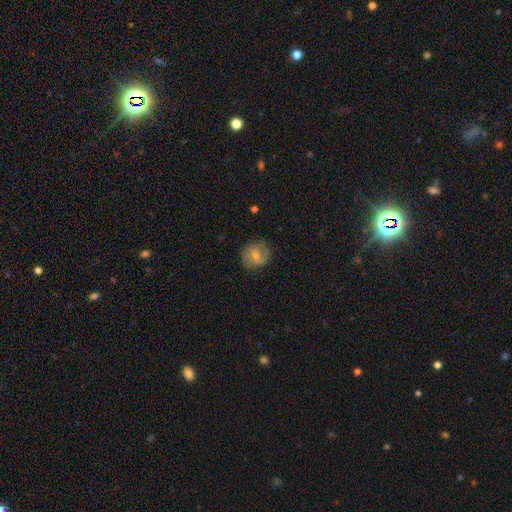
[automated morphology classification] Smooth or featured? Predicted: featured or disk (p=0.47). Merging? Predicted: none (p=0.74).